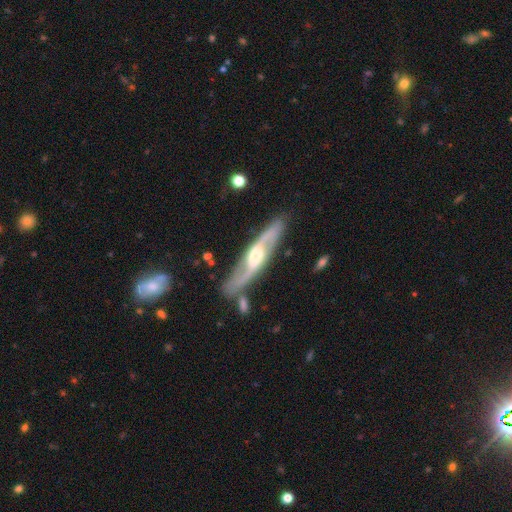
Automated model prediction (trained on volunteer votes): smooth_or_featured: featured or disk (p=0.83) [alt: smooth p=0.12]
disk_edge_on: no (p=0.62) [alt: yes p=0.38]
bar: weak (p=0.41) [alt: no p=0.39]
has_spiral_arms: yes (p=0.92) [alt: no p=0.08]
bulge_size: moderate (p=0.60) [alt: large p=0.25]
merging: none (p=0.77) [alt: minor disturbance p=0.14]